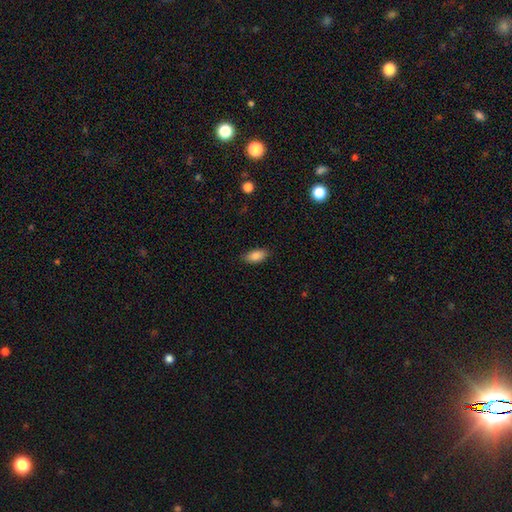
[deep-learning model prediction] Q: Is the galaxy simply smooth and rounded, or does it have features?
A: smooth — 85%.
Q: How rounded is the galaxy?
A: in between — 91%.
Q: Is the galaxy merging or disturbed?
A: none — 86%.